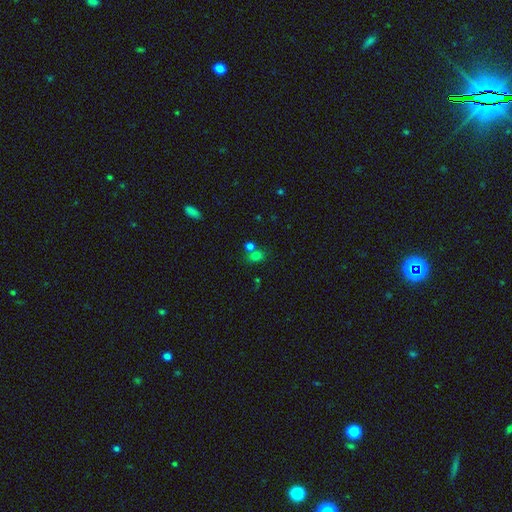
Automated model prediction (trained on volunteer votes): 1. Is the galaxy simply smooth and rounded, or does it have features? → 71% smooth, 20% star or artifact, 9% featured or disk.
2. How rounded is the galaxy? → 57% round, 42% in between, 1% cigar-shaped.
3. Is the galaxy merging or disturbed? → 48% none, 39% merger, 9% minor disturbance, 4% major disturbance.